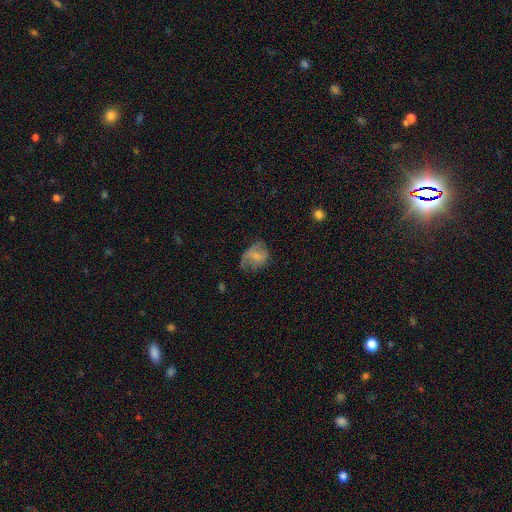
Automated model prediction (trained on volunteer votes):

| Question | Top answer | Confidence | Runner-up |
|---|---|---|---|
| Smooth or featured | smooth | 53% | featured or disk (37%) |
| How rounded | in between | 65% | round (34%) |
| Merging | none | 36% | major disturbance (31%) |